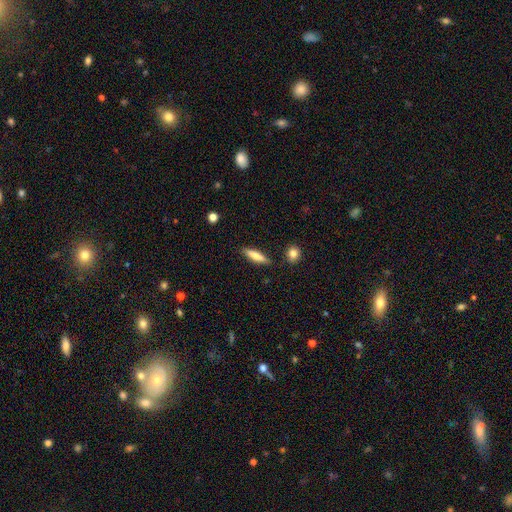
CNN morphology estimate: Overall: smooth (73%). How rounded: cigar-shaped (80%). Merging: none (87%).